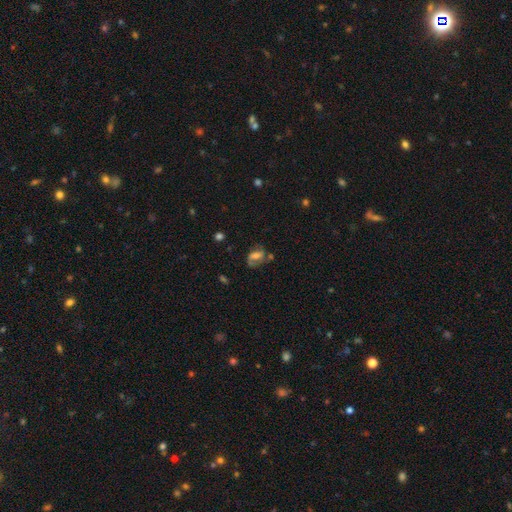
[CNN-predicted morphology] The model was most divided on "bar": weak: 41%, no: 32%, strong: 27%. Remaining: edge-on disk — no (96%); spiral arms — yes (80%); smooth or featured — featured or disk (59%); merging — none (52%); bulge size — moderate (34%).